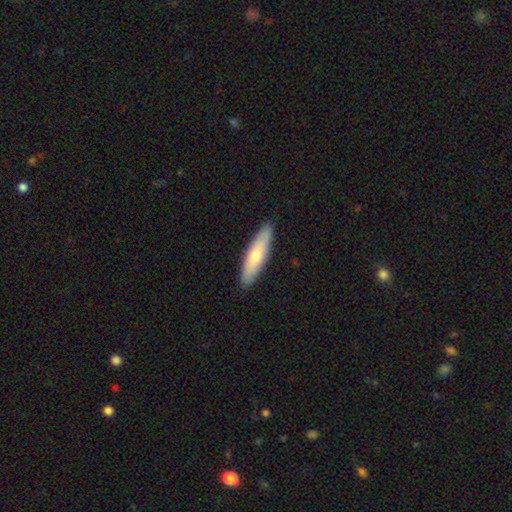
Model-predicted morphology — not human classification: This appears to be a smooth galaxy with no disk features (69%) that is cigar-shaped (72%). Merging: none (90%).